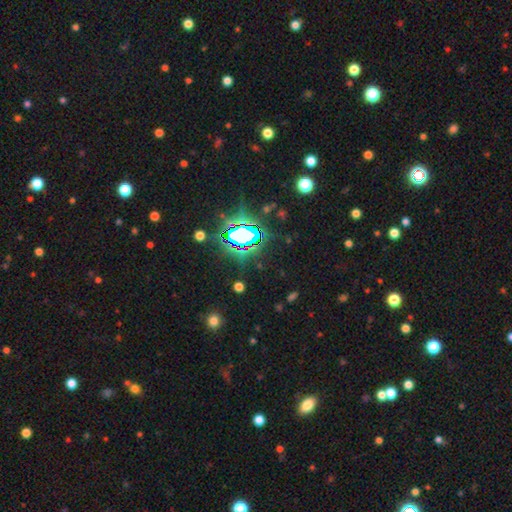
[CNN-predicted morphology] type=star or artifact (82%).